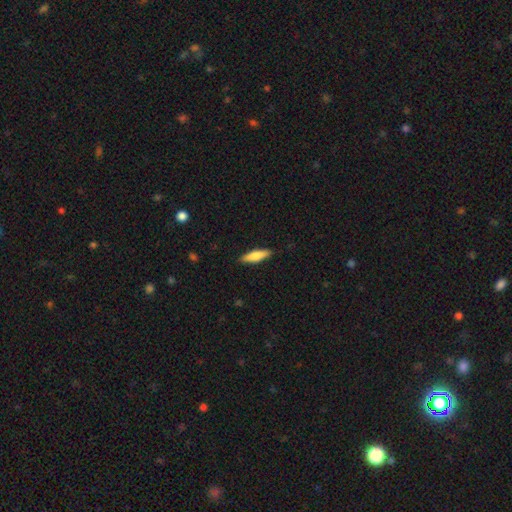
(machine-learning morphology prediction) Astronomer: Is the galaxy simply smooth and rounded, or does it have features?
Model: smooth — 74%.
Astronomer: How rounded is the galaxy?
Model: cigar-shaped — 64%.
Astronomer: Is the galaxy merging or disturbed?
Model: none — 88%.